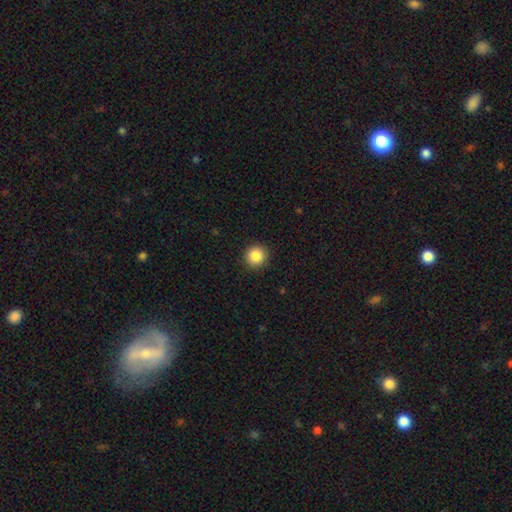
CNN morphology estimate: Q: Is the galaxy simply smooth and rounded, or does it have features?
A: smooth — 86%.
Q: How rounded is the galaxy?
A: round — 94%.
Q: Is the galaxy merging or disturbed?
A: none — 93%.